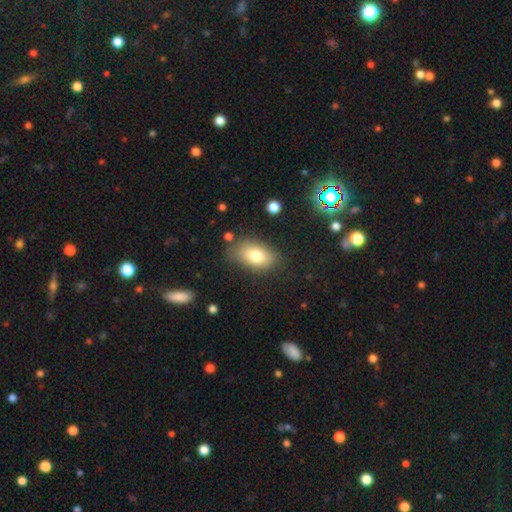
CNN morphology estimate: type=smooth (78%); roundness=in between (89%); merging=none (76%).